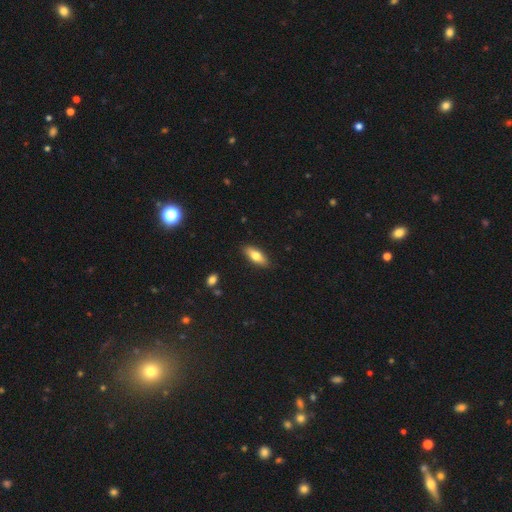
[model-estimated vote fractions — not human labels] Smooth or featured?
  - smooth: 74% *
  - featured or disk: 20%
  - star or artifact: 6%
How rounded?
  - in between: 73% *
  - cigar-shaped: 25%
  - round: 2%
Merging?
  - none: 87% *
  - minor disturbance: 10%
  - major disturbance: 2%
  - merger: 1%